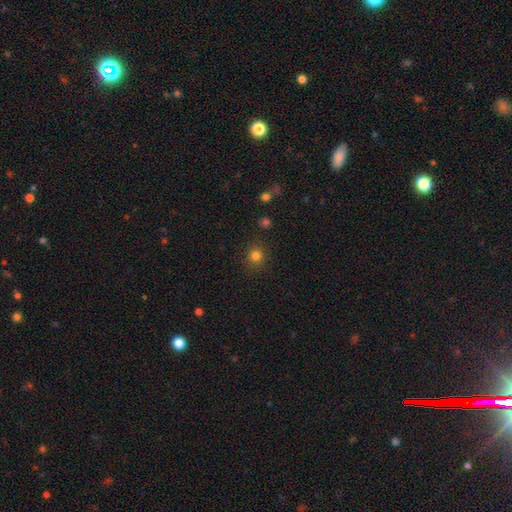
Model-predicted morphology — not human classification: This is clearly a smooth galaxy (80%). How rounded: clearly round (87%). Merging: clearly none (87%).